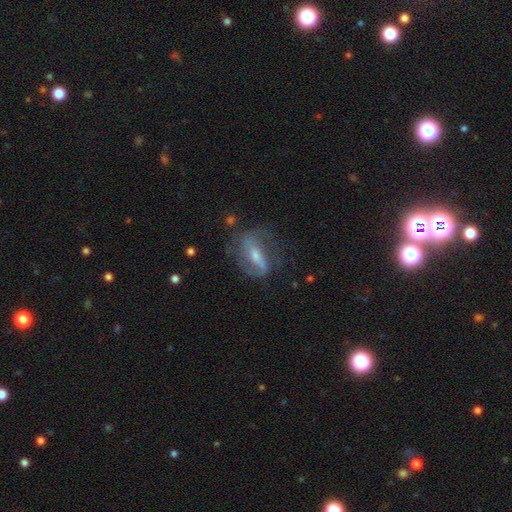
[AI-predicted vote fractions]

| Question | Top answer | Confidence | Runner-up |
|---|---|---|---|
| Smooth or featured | featured or disk | 73% | smooth (18%) |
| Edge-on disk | no | 87% | yes (13%) |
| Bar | strong | 49% | weak (33%) |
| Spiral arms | yes | 80% | no (20%) |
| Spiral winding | medium | 40% | loose (37%) |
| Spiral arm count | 2 | 71% | can't tell (15%) |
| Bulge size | moderate | 49% | small (42%) |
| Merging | none | 60% | minor disturbance (21%) |